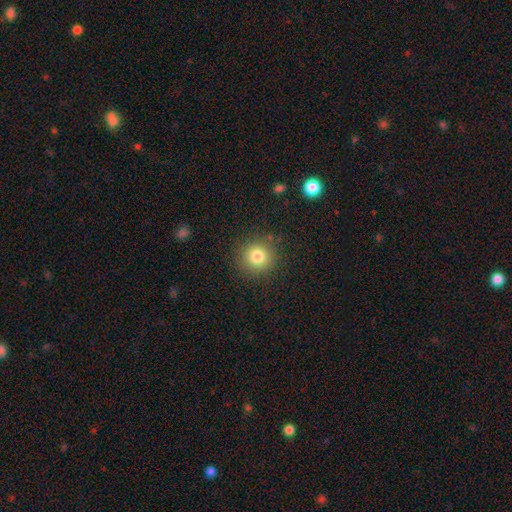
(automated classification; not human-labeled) The model was most divided on "smooth or featured": smooth: 68%, star or artifact: 26%, featured or disk: 6%. More confident: how rounded — round (94%); merging — none (92%).